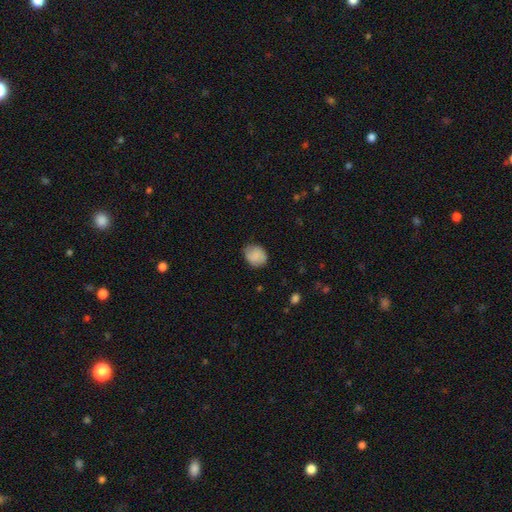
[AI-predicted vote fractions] Smooth or featured: smooth — 82% (featured or disk — 10%)
How rounded: round — 60% (in between — 39%)
Merging: none — 76% (minor disturbance — 19%)